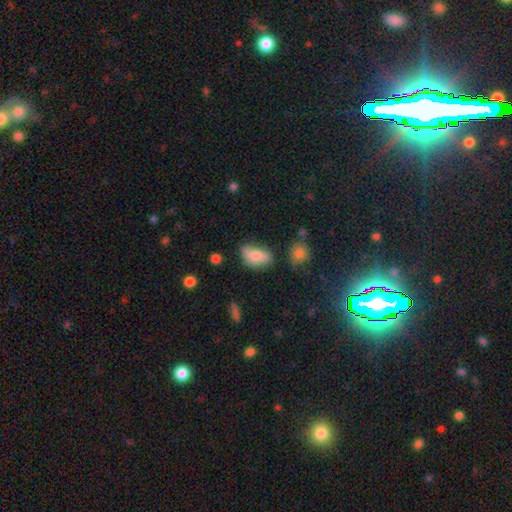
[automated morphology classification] smooth 66%, featured or disk 26%, star or artifact 8%. Down the decision tree: how rounded — in between (88%); merging — none (56%).